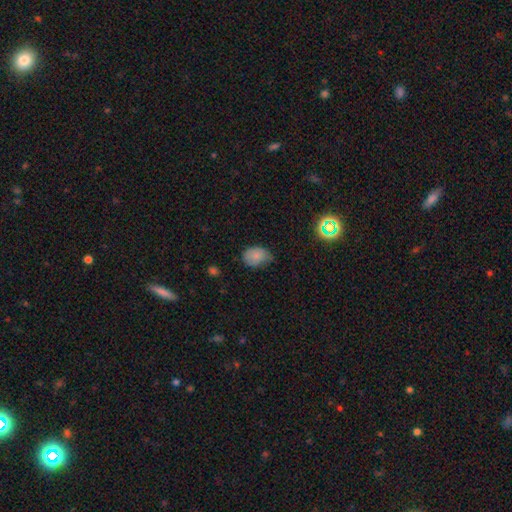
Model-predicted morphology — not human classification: A smooth galaxy with no disk features (79%) that is in between round and cigar-shaped (73%). Merging: none (52%).